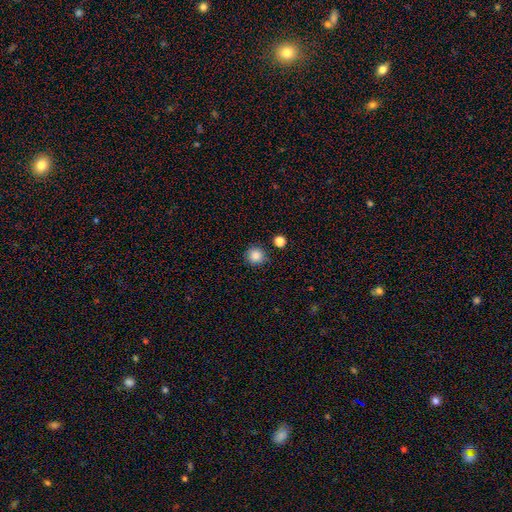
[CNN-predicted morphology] type=smooth (85%); roundness=round (94%); merging=none (84%).